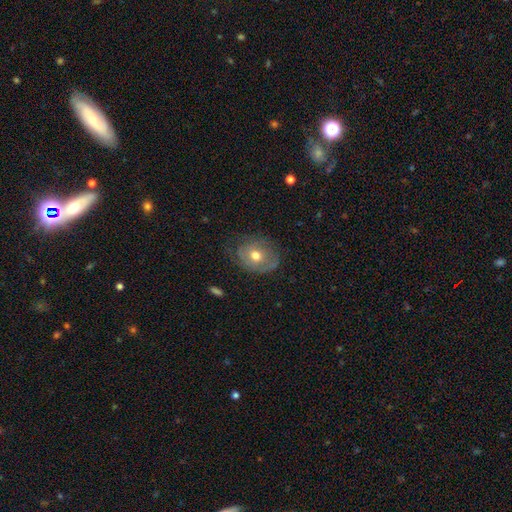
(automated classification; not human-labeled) Smooth or featured?
  - smooth: 56% *
  - featured or disk: 36%
  - star or artifact: 8%
How rounded?
  - round: 52% *
  - in between: 47%
  - cigar-shaped: 1%
Merging?
  - none: 63% *
  - minor disturbance: 25%
  - major disturbance: 11%
  - merger: 1%